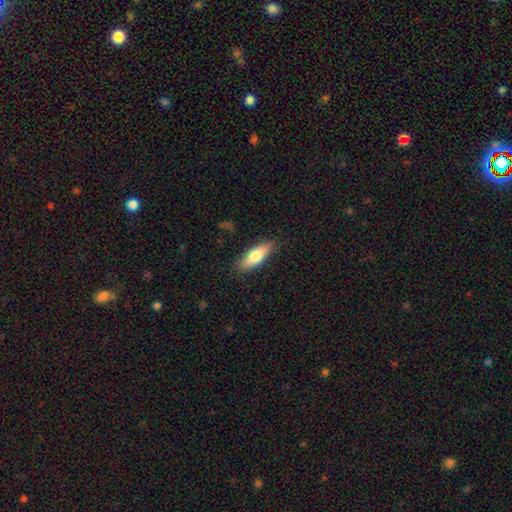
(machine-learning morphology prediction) A smooth galaxy with no disk features (72%) that is in between round and cigar-shaped (59%).

Vote fractions:
- Smooth or featured? smooth: 72% / featured or disk: 22% / star or artifact: 6%
- How rounded? in between: 59% / cigar-shaped: 39% / round: 2%
- Merging? none: 86% / minor disturbance: 10% / major disturbance: 2% / merger: 1%